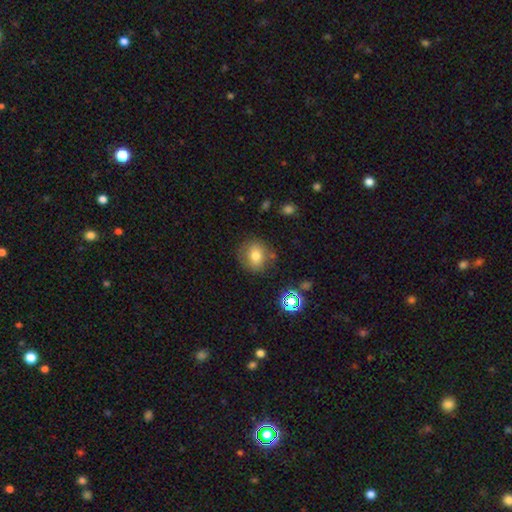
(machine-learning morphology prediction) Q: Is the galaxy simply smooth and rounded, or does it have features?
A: smooth — 72%.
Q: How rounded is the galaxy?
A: round — 79%.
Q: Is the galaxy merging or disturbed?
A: none — 76%.